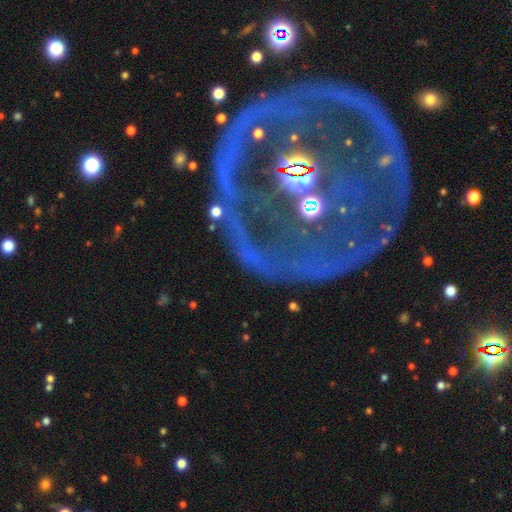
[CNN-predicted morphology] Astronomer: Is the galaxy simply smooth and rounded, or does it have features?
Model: featured or disk — 50% (runner-up: star or artifact, 33%).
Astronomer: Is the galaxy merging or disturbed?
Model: none — 78%.